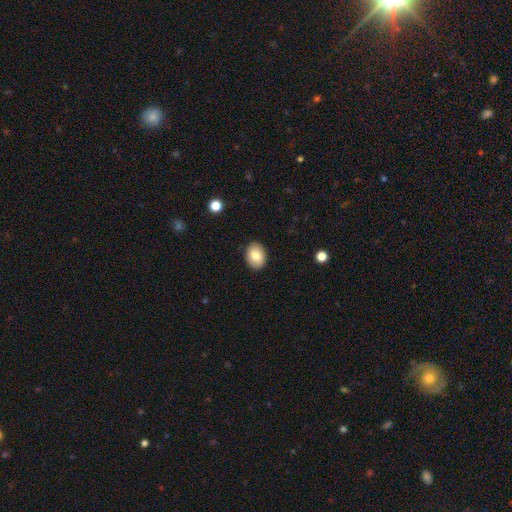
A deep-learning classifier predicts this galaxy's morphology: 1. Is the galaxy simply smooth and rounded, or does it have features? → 83% smooth, 10% featured or disk, 7% star or artifact.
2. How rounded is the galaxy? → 68% in between, 31% round, 1% cigar-shaped.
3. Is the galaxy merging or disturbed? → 89% none, 8% minor disturbance, 2% major disturbance, 1% merger.